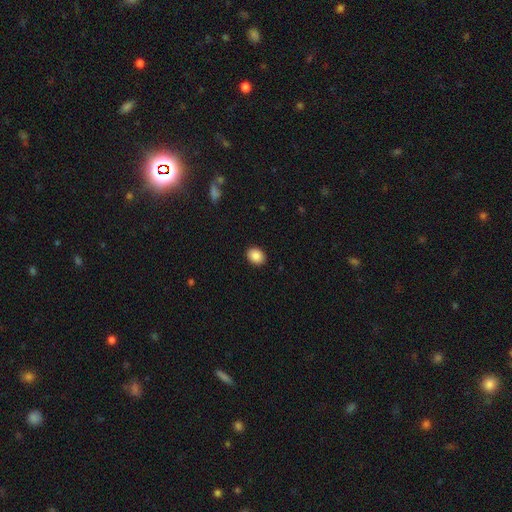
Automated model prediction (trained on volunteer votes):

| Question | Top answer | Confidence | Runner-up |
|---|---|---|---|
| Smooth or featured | smooth | 89% | star or artifact (8%) |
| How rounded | in between | 59% | round (40%) |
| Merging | none | 91% | minor disturbance (7%) |